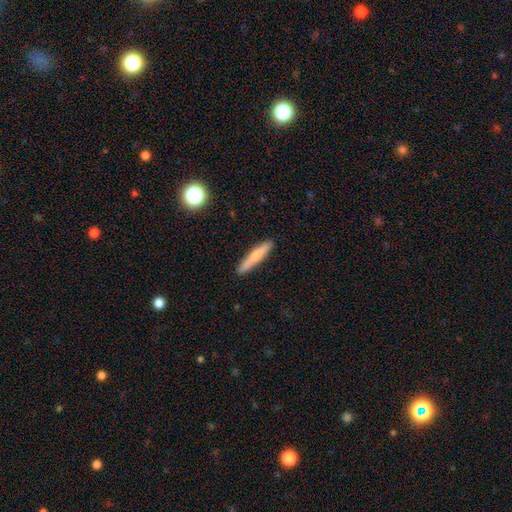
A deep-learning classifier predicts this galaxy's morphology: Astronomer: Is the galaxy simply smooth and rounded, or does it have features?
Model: smooth — 63%.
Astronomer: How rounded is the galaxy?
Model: cigar-shaped — 91%.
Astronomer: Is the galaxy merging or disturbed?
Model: none — 90%.